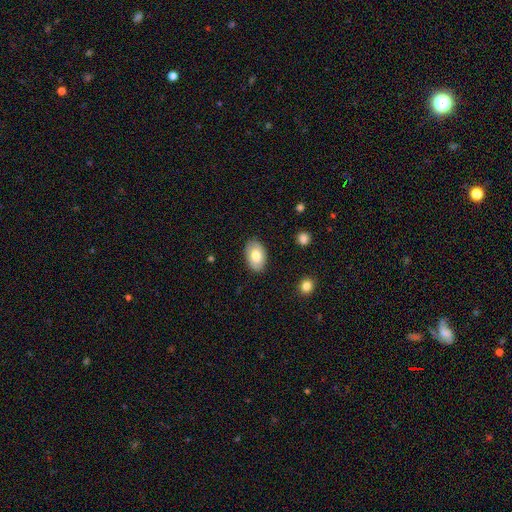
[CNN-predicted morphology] smooth_or_featured: smooth (p=0.75) [alt: featured or disk p=0.18]
how_rounded: in between (p=0.91) [alt: round p=0.08]
merging: none (p=0.86) [alt: minor disturbance p=0.11]